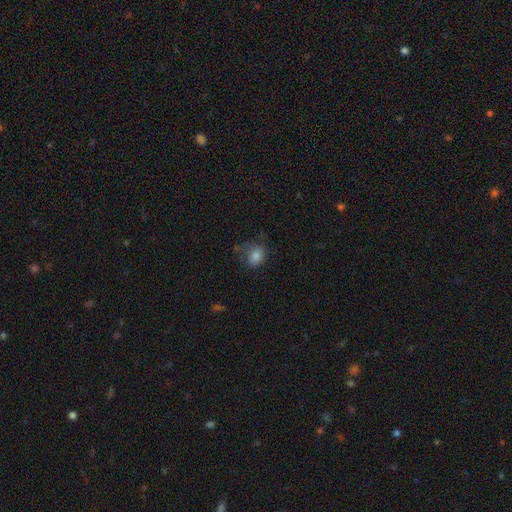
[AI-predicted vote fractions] Smooth or featured?
  - smooth: 78% *
  - featured or disk: 11%
  - star or artifact: 11%
How rounded?
  - in between: 52% *
  - round: 47%
  - cigar-shaped: 1%
Merging?
  - none: 46% *
  - minor disturbance: 29%
  - major disturbance: 22%
  - merger: 3%